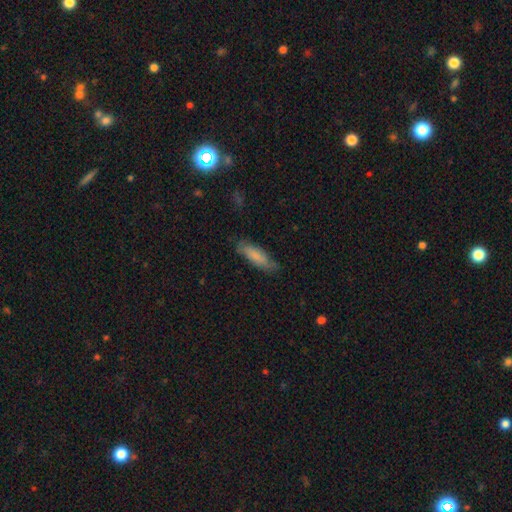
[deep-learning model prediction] Overall: smooth (76%). How rounded: in between (52%; cigar-shaped 46%). Merging: none (72%).